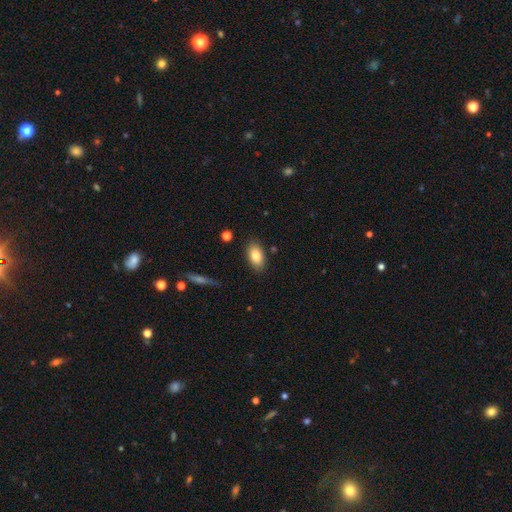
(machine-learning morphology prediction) smooth_or_featured: smooth (p=0.83) [alt: featured or disk p=0.10]
how_rounded: in between (p=0.92) [alt: round p=0.05]
merging: none (p=0.84) [alt: minor disturbance p=0.11]